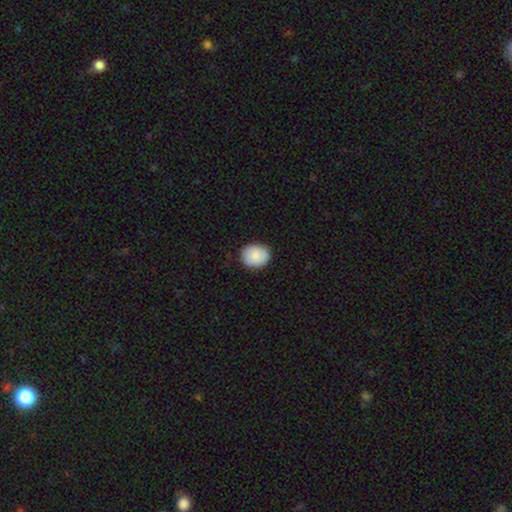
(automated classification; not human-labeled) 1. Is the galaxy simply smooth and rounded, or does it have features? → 86% smooth, 7% featured or disk, 7% star or artifact.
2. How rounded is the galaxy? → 66% round, 33% in between, 1% cigar-shaped.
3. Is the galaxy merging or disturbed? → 84% none, 12% minor disturbance, 2% major disturbance, 1% merger.